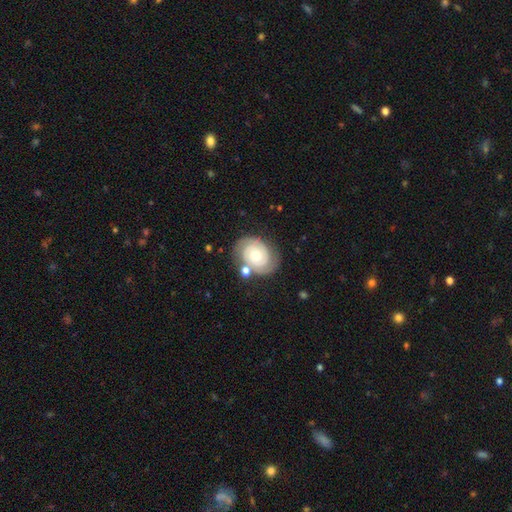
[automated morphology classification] smooth-or-featured: featured or disk: 81% | smooth: 13% | star or artifact: 6%
  disk-edge-on: no: 98% | yes: 2%
    bar: no: 72% | weak: 22% | strong: 5%
    has-spiral-arms: yes: 96% | no: 4%
      spiral-winding: tight: 73% | medium: 22% | loose: 5%
      spiral-arm-count: 2: 85% | can't tell: 7% | 3: 4% | 1: 2% | 4: 1% | more than 4: 1%
    bulge-size: moderate: 44% | small: 38% | large: 10% | none: 5% | dominant: 3%
  merging: none: 74% | minor disturbance: 14% | merger: 7% | major disturbance: 5%